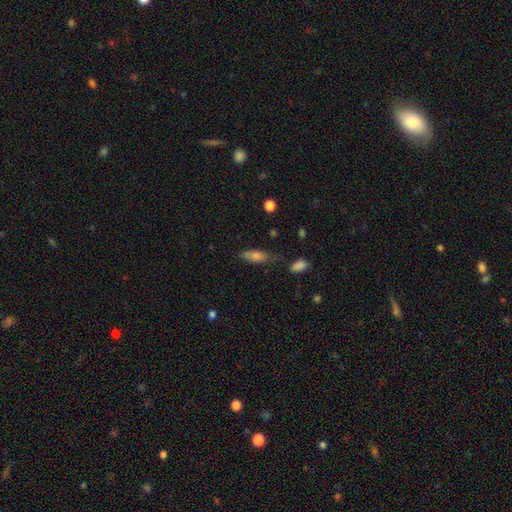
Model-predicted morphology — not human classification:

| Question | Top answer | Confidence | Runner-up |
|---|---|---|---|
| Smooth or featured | smooth | 67% | featured or disk (24%) |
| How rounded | in between | 54% | cigar-shaped (43%) |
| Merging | none | 66% | minor disturbance (23%) |